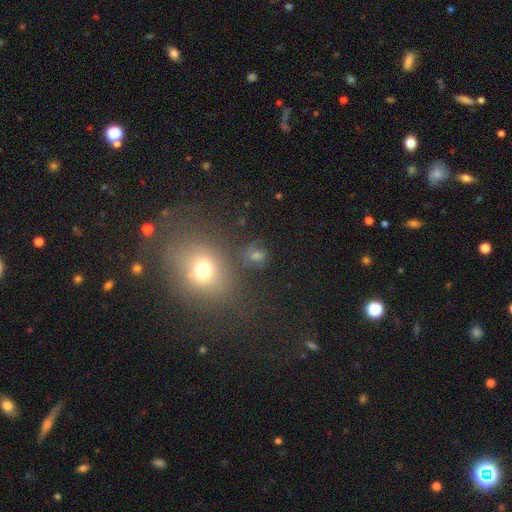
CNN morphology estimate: Overall: smooth (55%; star or artifact 28%). How rounded: round (61%; in between 37%). Merging: none (69%).